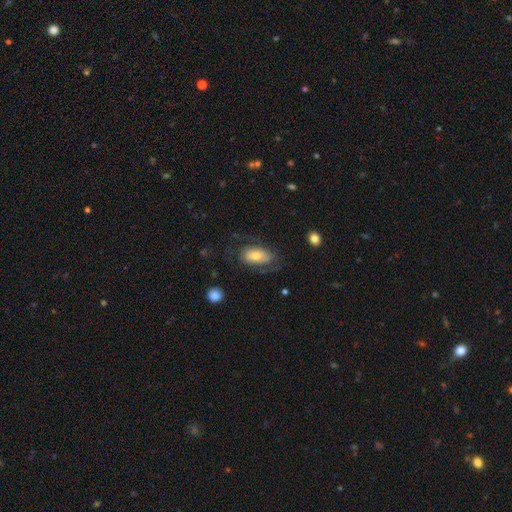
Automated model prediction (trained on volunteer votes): Overall: smooth (48%; featured or disk 45%). Merging: none (57%; minor disturbance 21%).